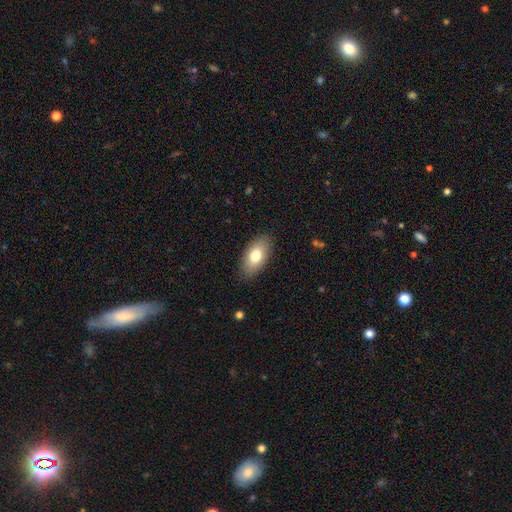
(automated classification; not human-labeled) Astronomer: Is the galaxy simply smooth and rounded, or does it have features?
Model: smooth — 75%.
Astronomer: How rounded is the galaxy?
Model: in between — 92%.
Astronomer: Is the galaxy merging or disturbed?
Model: none — 86%.